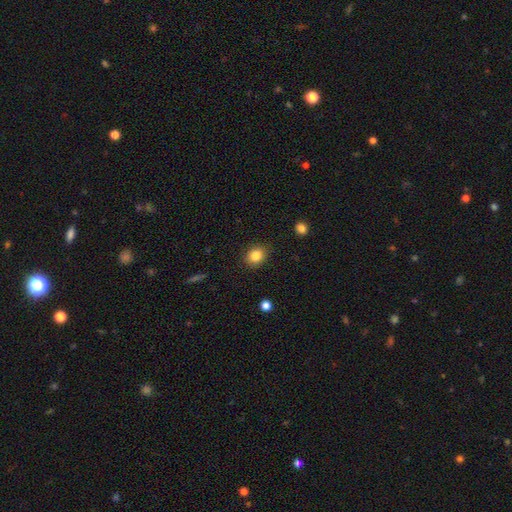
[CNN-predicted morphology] Smooth or featured? Predicted: smooth (p=0.85). How rounded? Predicted: round (p=0.64). Merging? Predicted: none (p=0.88).